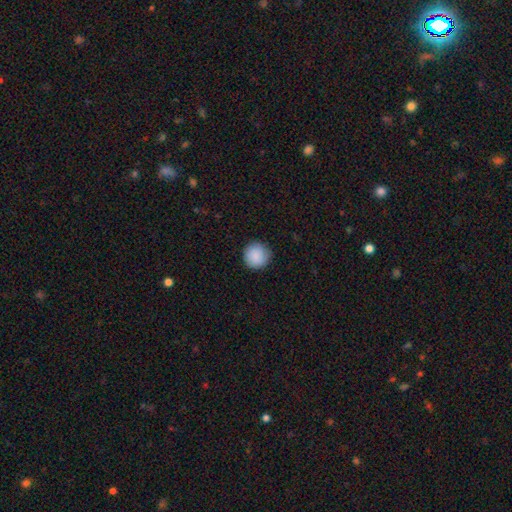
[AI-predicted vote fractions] Morphology: type=smooth (89%); roundness=round (95%); merging=none (88%).